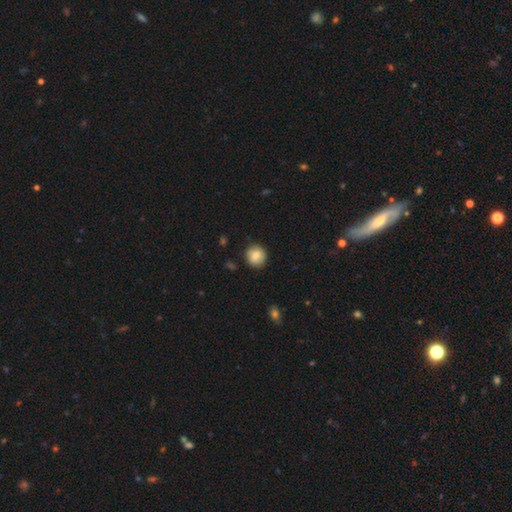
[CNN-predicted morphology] This is likely a smooth galaxy (79%). How rounded: clearly round (87%). Merging: clearly none (86%).